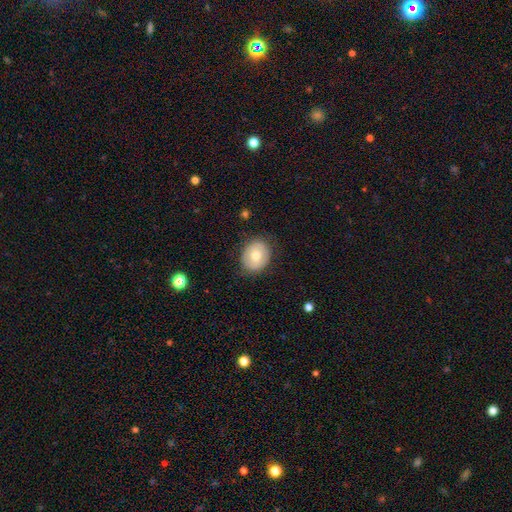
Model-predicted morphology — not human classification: This appears to be a smooth galaxy with no disk features (66%) that is round (57%). Merging: none (82%).